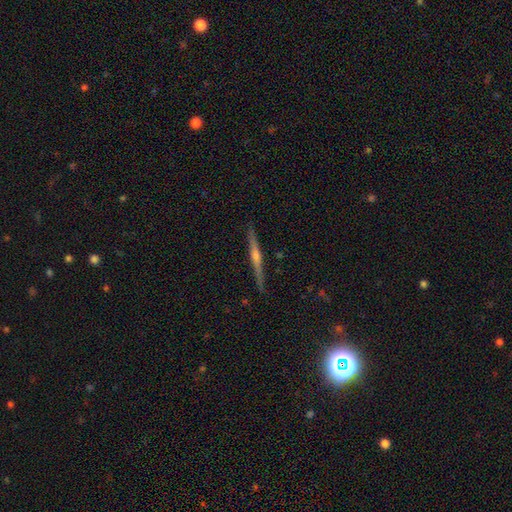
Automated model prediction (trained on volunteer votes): Overall: featured or disk (80%). Edge-on disk: yes (98%). Edge-on bulge: rounded (83%). Merging: none (91%).